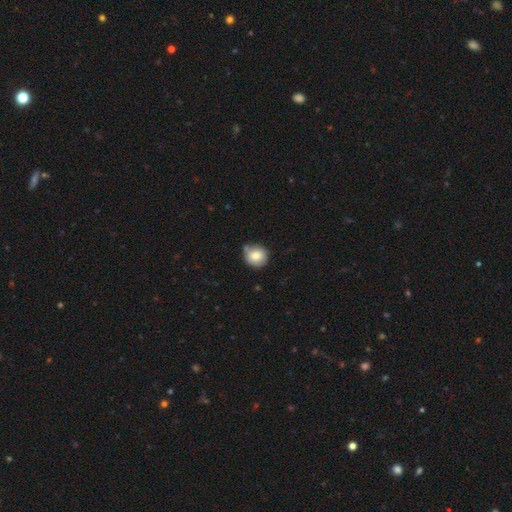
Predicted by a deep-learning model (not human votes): Smooth or featured?
  - smooth: 80% *
  - featured or disk: 11%
  - star or artifact: 9%
How rounded?
  - round: 90% *
  - in between: 9%
  - cigar-shaped: 1%
Merging?
  - none: 69% *
  - minor disturbance: 20%
  - merger: 7%
  - major disturbance: 4%